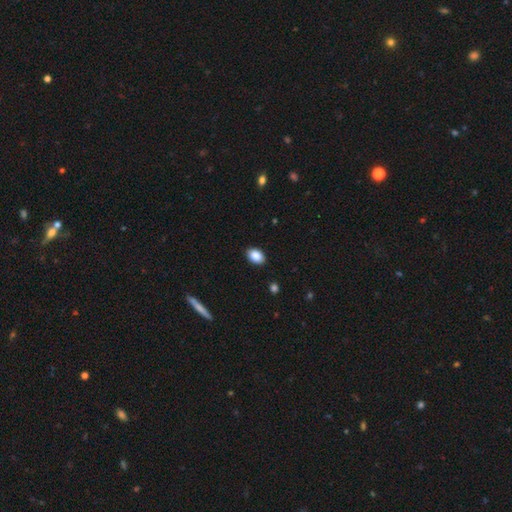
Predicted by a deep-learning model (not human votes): Smooth or featured? smooth (88%)
How rounded? in between (84%)
Merging? none (89%)